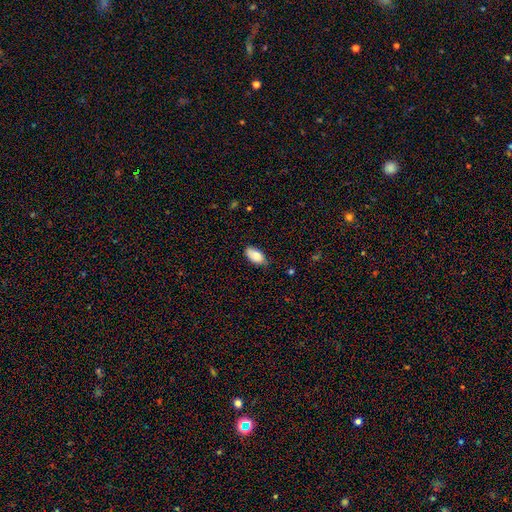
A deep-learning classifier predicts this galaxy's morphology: Q: Smooth or featured?
A: smooth (84%); runner-up: featured or disk (9%)
Q: How rounded?
A: in between (94%); runner-up: cigar-shaped (3%)
Q: Merging?
A: none (65%); runner-up: minor disturbance (29%)